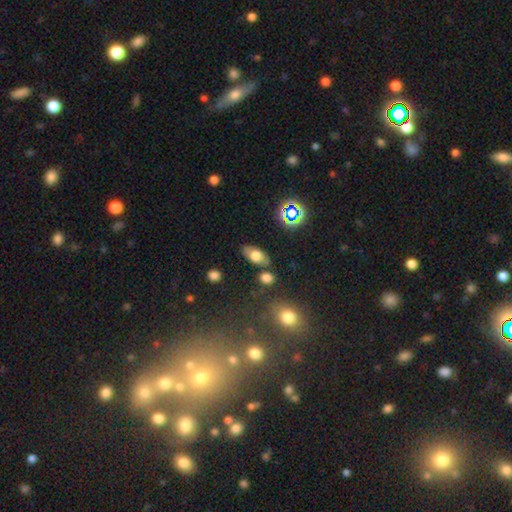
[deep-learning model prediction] smooth 69%, featured or disk 20%, star or artifact 11%. Down the decision tree: how rounded — in between (89%); merging — none (79%).